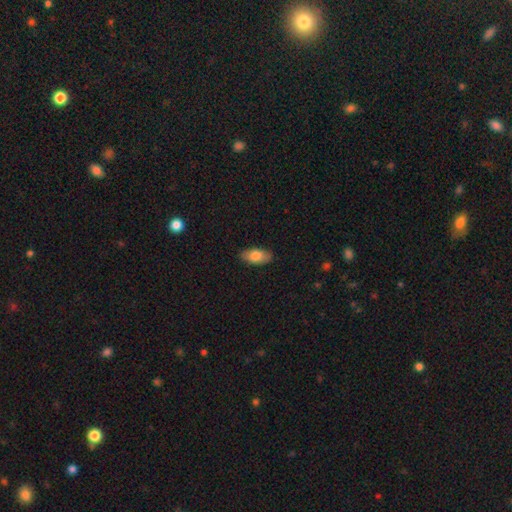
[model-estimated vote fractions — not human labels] Q: Smooth or featured?
A: smooth (80%); runner-up: featured or disk (13%)
Q: How rounded?
A: in between (92%); runner-up: cigar-shaped (5%)
Q: Merging?
A: none (87%); runner-up: minor disturbance (10%)